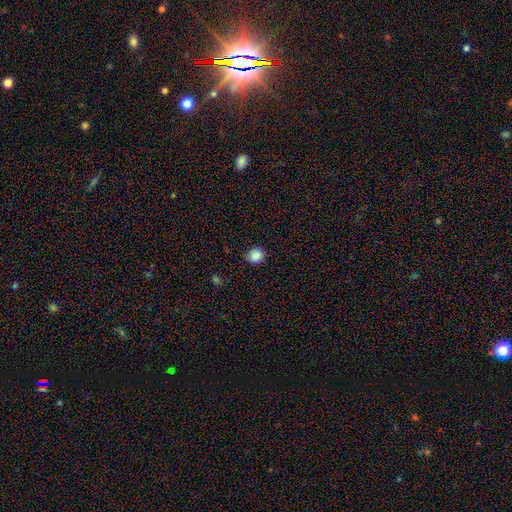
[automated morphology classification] This appears to be a smooth galaxy with no disk features (87%) that is round (82%). Merging: none (85%).